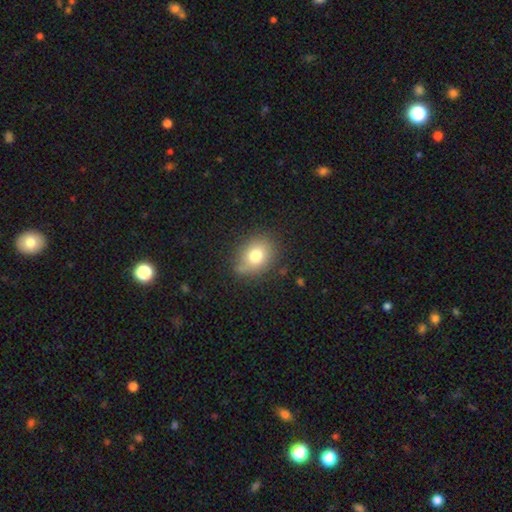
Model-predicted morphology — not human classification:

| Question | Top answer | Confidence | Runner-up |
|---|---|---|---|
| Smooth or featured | smooth | 76% | featured or disk (13%) |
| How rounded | in between | 56% | round (43%) |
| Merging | none | 77% | minor disturbance (17%) |